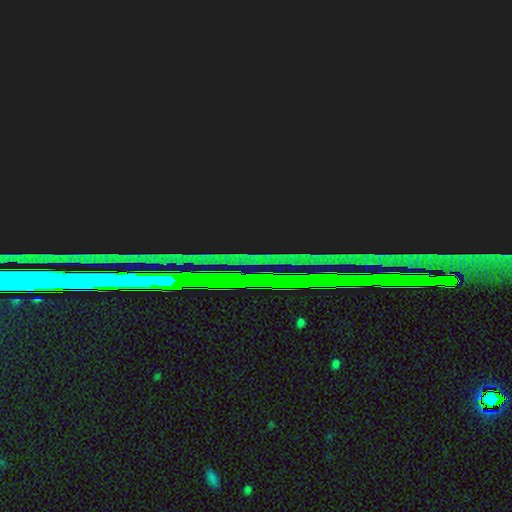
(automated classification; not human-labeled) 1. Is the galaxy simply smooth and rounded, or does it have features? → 86% star or artifact, 8% featured or disk, 6% smooth.